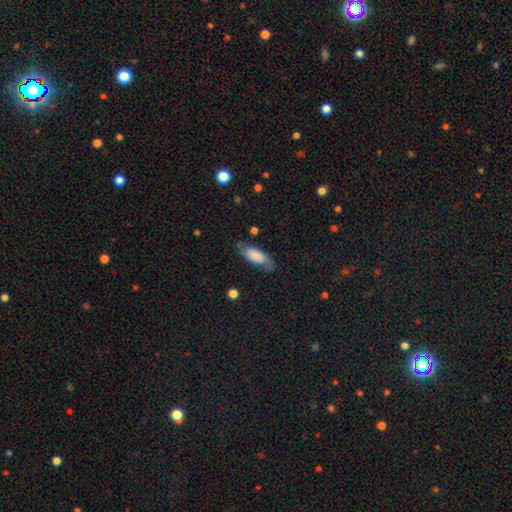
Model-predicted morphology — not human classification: smooth 64%, featured or disk 29%, star or artifact 7%. Down the decision tree: how rounded — in between (76%); merging — none (70%).